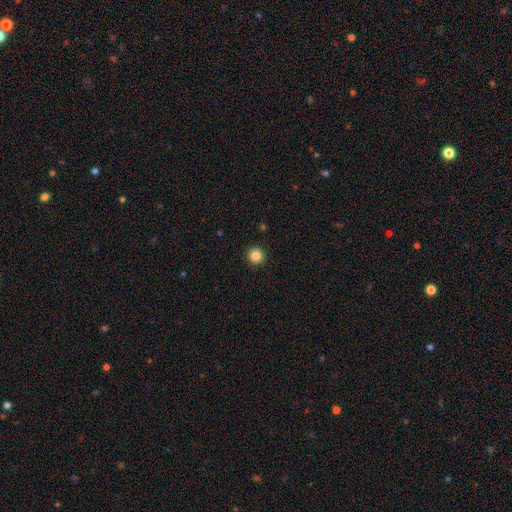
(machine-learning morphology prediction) Smooth or featured? smooth (85%)
How rounded? round (95%)
Merging? none (93%)